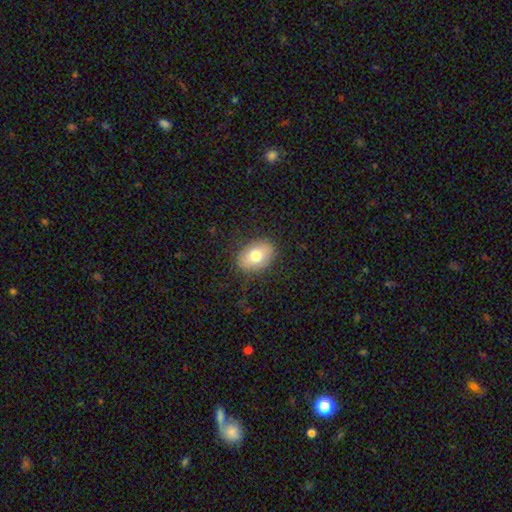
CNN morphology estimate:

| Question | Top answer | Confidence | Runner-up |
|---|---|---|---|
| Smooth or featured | smooth | 76% | featured or disk (17%) |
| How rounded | in between | 81% | round (18%) |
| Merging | none | 84% | minor disturbance (12%) |